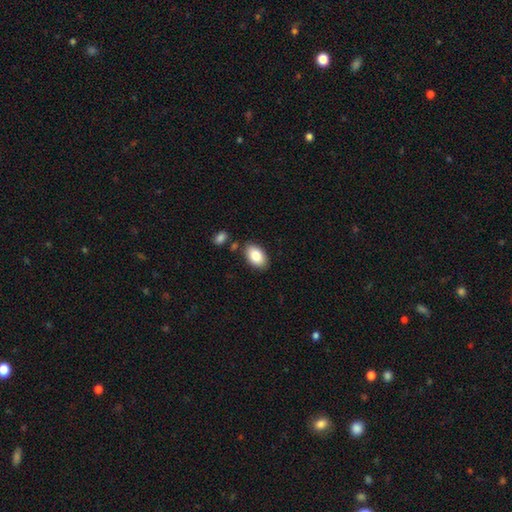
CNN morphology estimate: A smooth galaxy with no disk features (85%) that is in between round and cigar-shaped (93%). Merging: none (82%).